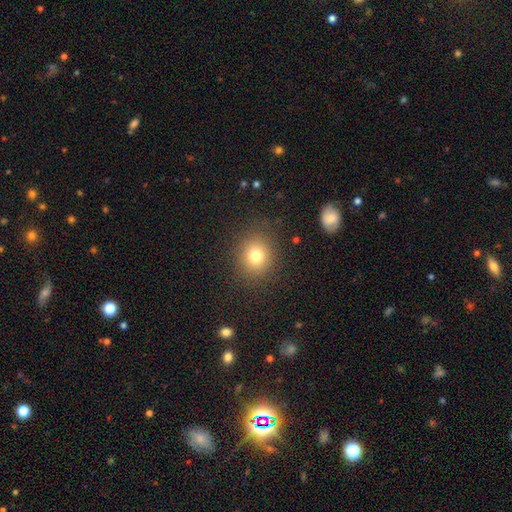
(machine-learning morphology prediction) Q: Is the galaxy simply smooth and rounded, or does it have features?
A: smooth — 77%.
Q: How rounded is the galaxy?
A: round — 77%.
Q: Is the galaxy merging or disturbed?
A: none — 86%.